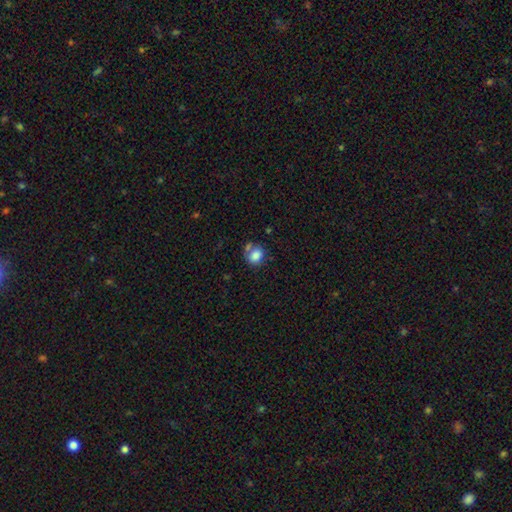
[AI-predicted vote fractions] smooth-or-featured: smooth: 81% | star or artifact: 10% | featured or disk: 9%
  how-rounded: round: 67% | in between: 32% | cigar-shaped: 1%
  merging: none: 54% | merger: 20% | minor disturbance: 19% | major disturbance: 7%